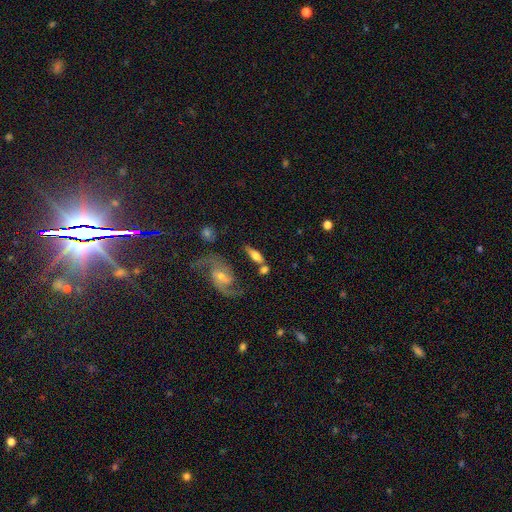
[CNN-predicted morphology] Smooth or featured? Predicted: smooth (p=0.53). How rounded? Predicted: in between (p=0.64). Merging? Predicted: none (p=0.55).